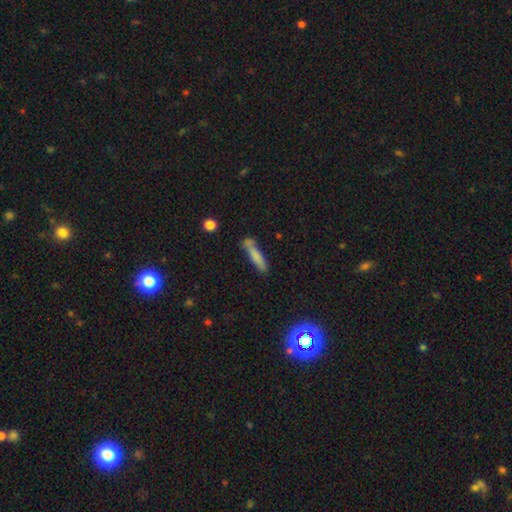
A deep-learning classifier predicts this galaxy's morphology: The model was most divided on "merging": none: 65%, minor disturbance: 20%, merger: 10%, major disturbance: 6%. More confident: how rounded — cigar-shaped (84%); smooth or featured — smooth (74%).